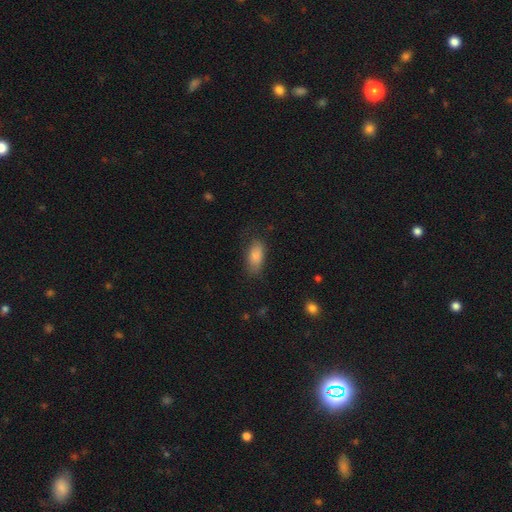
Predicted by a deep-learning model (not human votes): smooth 86%, star or artifact 7%, featured or disk 7%. Down the decision tree: how rounded — in between (87%); merging — none (72%).